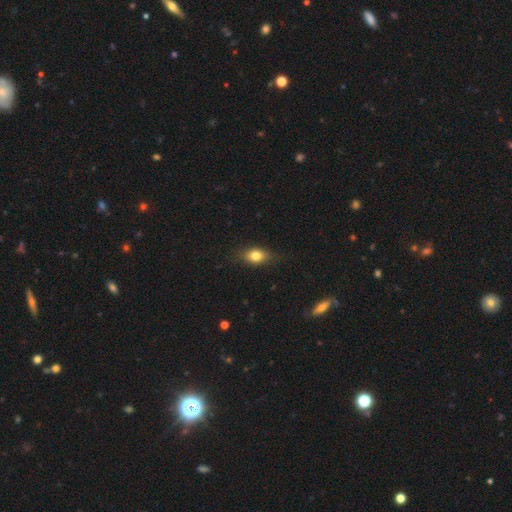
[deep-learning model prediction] Q: Smooth or featured?
A: smooth (79%); runner-up: featured or disk (12%)
Q: How rounded?
A: in between (75%); runner-up: round (20%)
Q: Merging?
A: none (80%); runner-up: minor disturbance (16%)